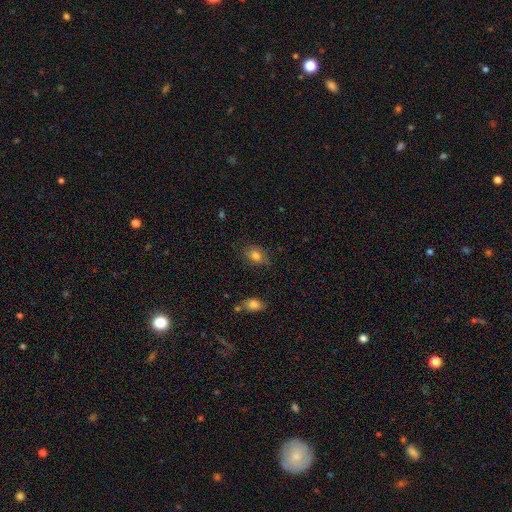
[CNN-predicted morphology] Smooth or featured: smooth — 78% (featured or disk — 12%)
How rounded: in between — 74% (round — 25%)
Merging: none — 75% (minor disturbance — 19%)